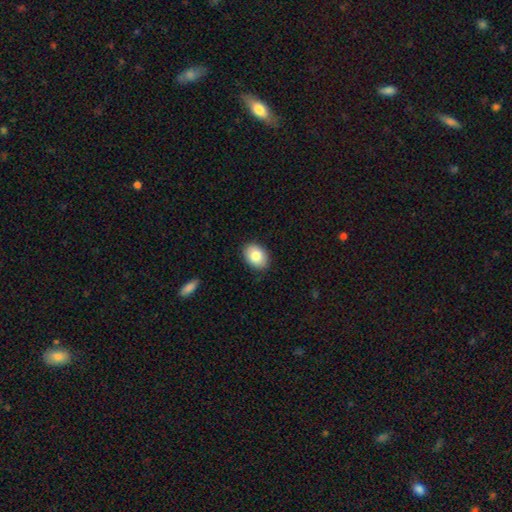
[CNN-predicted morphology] Overall: smooth (84%). How rounded: in between (78%). Merging: none (88%).